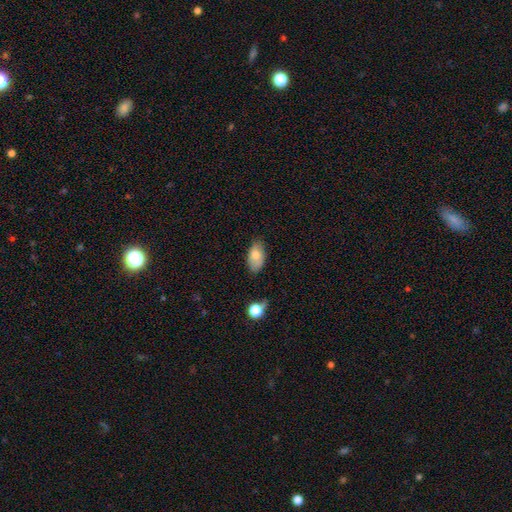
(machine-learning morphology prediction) Smooth or featured?
  - smooth: 76% *
  - featured or disk: 16%
  - star or artifact: 8%
How rounded?
  - in between: 93% *
  - round: 5%
  - cigar-shaped: 2%
Merging?
  - none: 72% *
  - minor disturbance: 21%
  - major disturbance: 4%
  - merger: 2%